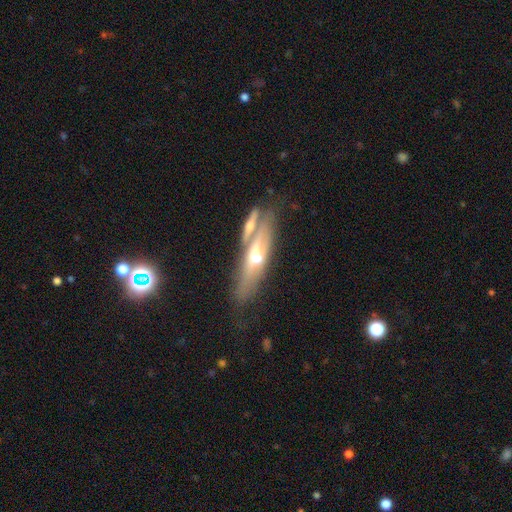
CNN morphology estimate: smooth_or_featured: featured or disk (p=0.64) [alt: smooth p=0.28]
disk_edge_on: yes (p=0.72) [alt: no p=0.28]
merging: none (p=0.53) [alt: merger p=0.23]